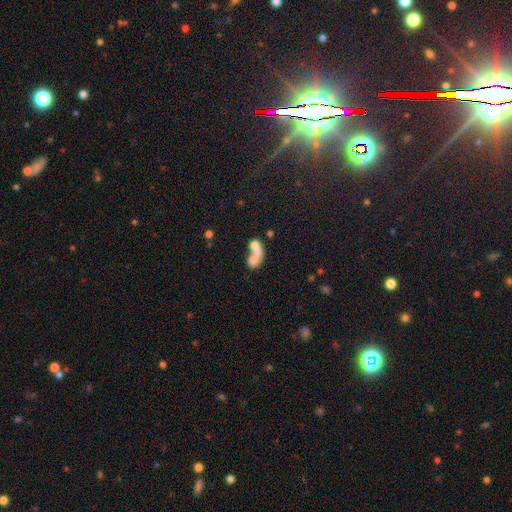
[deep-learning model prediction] A smooth galaxy with no disk features (59%) that is in between round and cigar-shaped (63%).

Vote fractions:
- Smooth or featured? smooth: 59% / featured or disk: 29% / star or artifact: 11%
- How rounded? in between: 63% / round: 34% / cigar-shaped: 3%
- Merging? merger: 69% / none: 17% / major disturbance: 8% / minor disturbance: 6%